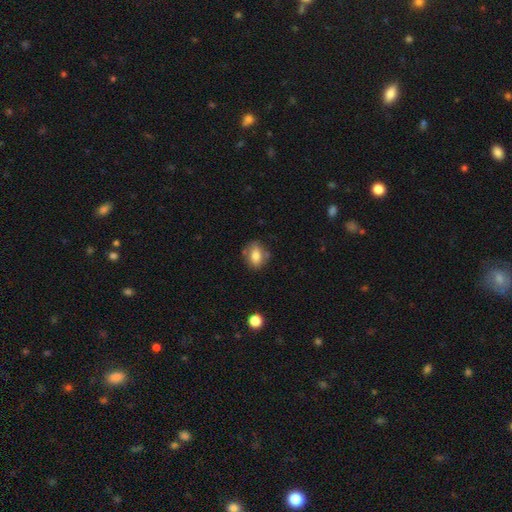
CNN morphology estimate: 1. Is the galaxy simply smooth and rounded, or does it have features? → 75% smooth, 16% featured or disk, 9% star or artifact.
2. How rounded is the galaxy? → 65% in between, 33% round, 2% cigar-shaped.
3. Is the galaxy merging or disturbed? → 72% none, 19% minor disturbance, 4% merger, 4% major disturbance.